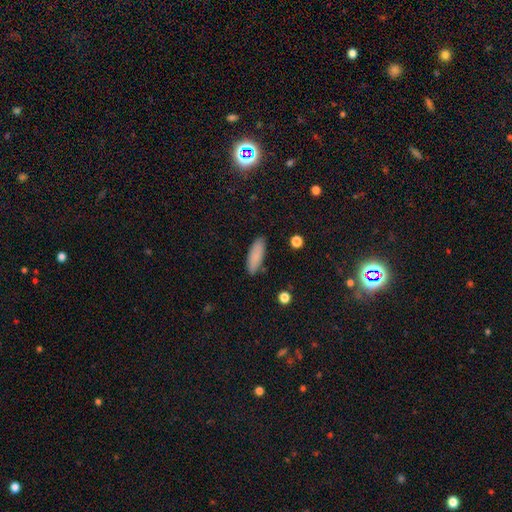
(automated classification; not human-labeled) This appears to be a smooth galaxy with no disk features (86%) that is in between round and cigar-shaped (59%). Merging: none (85%).